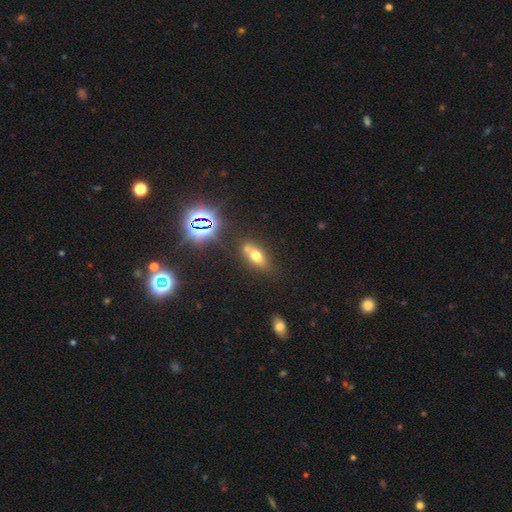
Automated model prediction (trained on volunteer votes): smooth_or_featured: smooth (p=0.58) [alt: featured or disk p=0.21]
how_rounded: in between (p=0.70) [alt: round p=0.17]
merging: none (p=0.52) [alt: merger p=0.28]